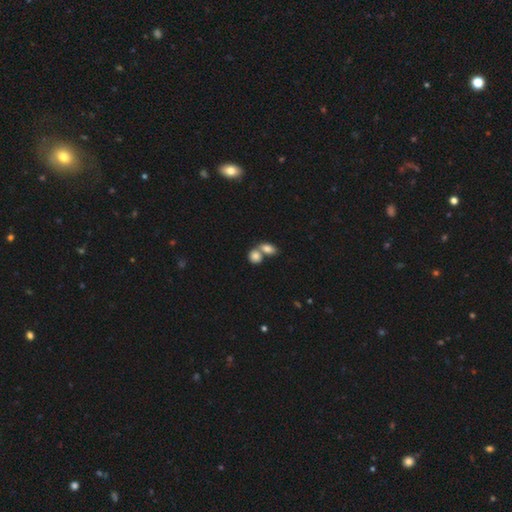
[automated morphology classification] Overall: smooth (83%). How rounded: in between (53%; round 45%). Merging: merger (57%; none 32%).